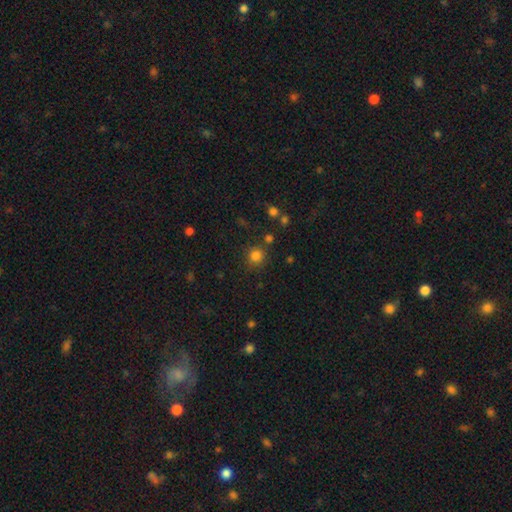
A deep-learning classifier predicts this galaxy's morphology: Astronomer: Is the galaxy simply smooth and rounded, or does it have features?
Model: smooth — 80%.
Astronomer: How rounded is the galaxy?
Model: round — 92%.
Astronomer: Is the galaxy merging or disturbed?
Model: none — 81%.